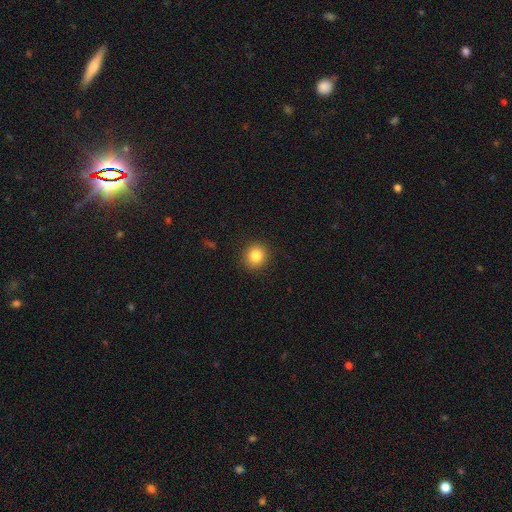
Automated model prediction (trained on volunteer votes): A smooth galaxy with no disk features (84%) that is round (88%).

Vote fractions:
- Smooth or featured? smooth: 84% / star or artifact: 10% / featured or disk: 6%
- How rounded? round: 88% / in between: 11% / cigar-shaped: 1%
- Merging? none: 91% / minor disturbance: 6% / major disturbance: 2% / merger: 1%